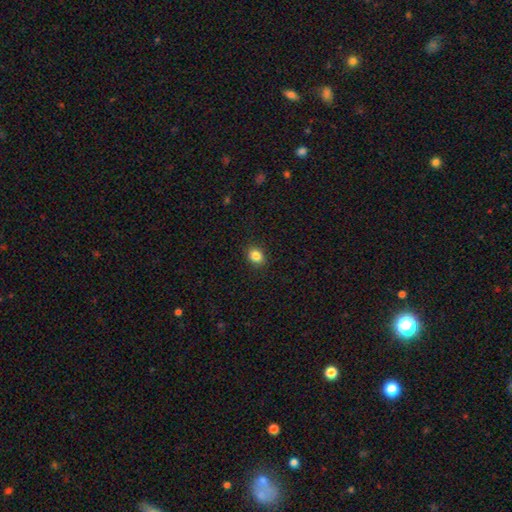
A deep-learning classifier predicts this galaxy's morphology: This appears to be a smooth galaxy with no disk features (85%) that is in between round and cigar-shaped (58%). Merging: none (89%).